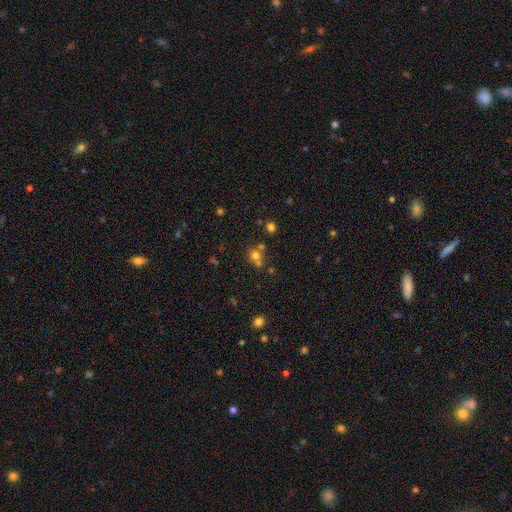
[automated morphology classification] The model was most divided on "merging": none: 51%, merger: 36%, minor disturbance: 8%, major disturbance: 4%. More confident: how rounded — round (83%); smooth or featured — smooth (66%).